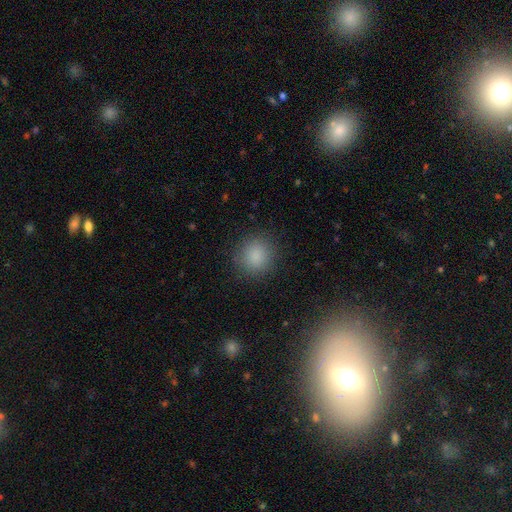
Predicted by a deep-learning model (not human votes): A smooth galaxy with no disk features (86%) that is round (87%). Merging: none (87%).